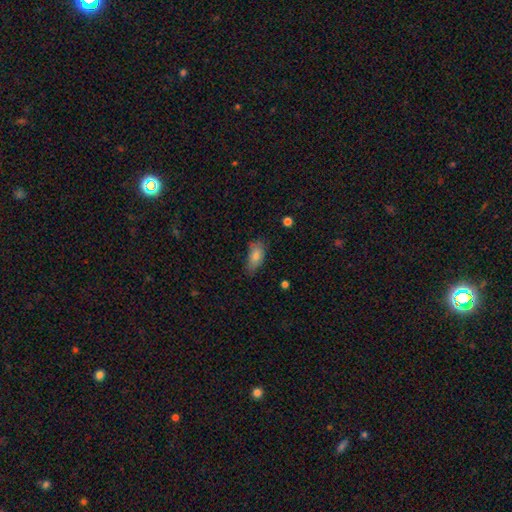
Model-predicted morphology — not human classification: The model was most divided on "merging": none: 65%, minor disturbance: 27%, major disturbance: 6%, merger: 2%. More confident: how rounded — in between (86%); smooth or featured — smooth (76%).